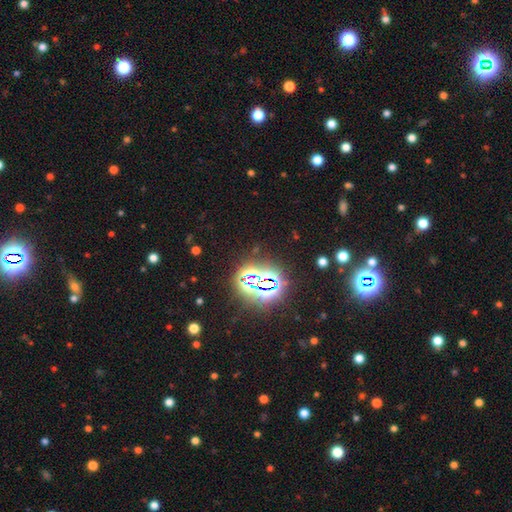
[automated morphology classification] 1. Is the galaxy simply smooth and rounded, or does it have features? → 82% star or artifact, 12% smooth, 7% featured or disk.